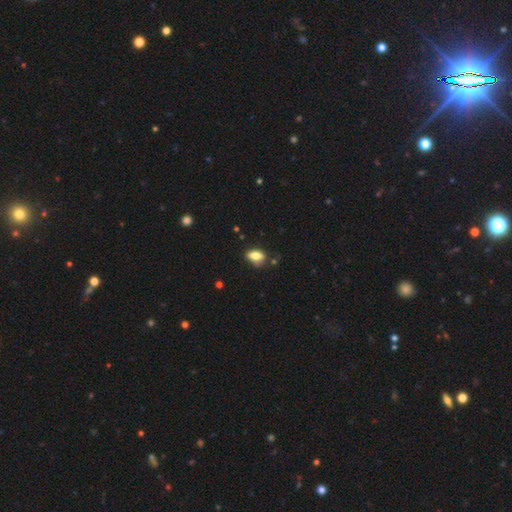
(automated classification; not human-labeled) Smooth or featured? smooth (76%)
How rounded? in between (85%)
Merging? none (63%)